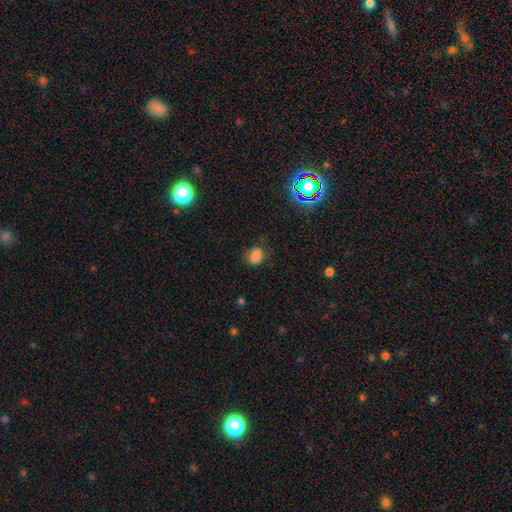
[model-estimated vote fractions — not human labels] smooth_or_featured: smooth (p=0.81) [alt: star or artifact p=0.12]
how_rounded: in between (p=0.59) [alt: round p=0.40]
merging: none (p=0.64) [alt: minor disturbance p=0.25]